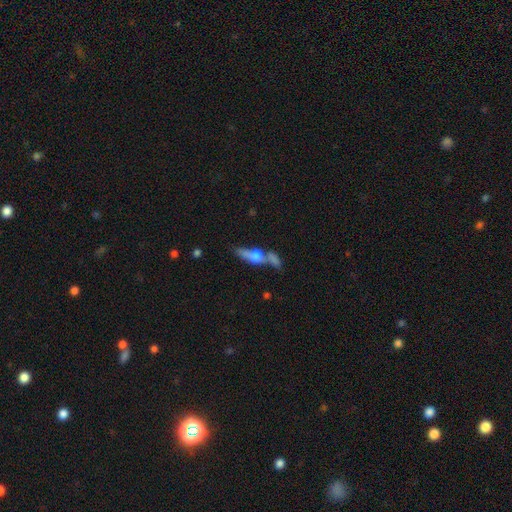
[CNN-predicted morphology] A featured or disk galaxy (56%) viewed edge-on (77%). Merging: none (38%).